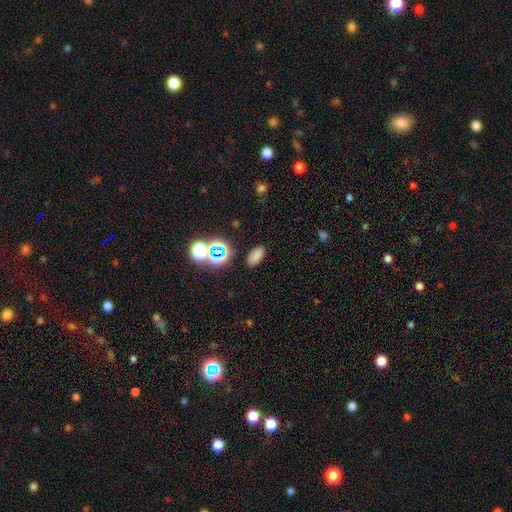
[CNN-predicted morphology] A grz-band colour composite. It shows a smooth galaxy with no disk features (73%) that is in between round and cigar-shaped (90%). Merging: none (85%).